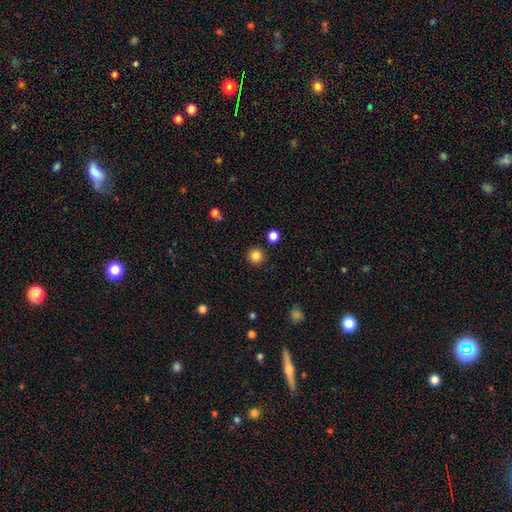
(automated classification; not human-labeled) Smooth or featured: smooth — 85% (star or artifact — 11%)
How rounded: round — 95% (in between — 4%)
Merging: none — 91% (minor disturbance — 5%)